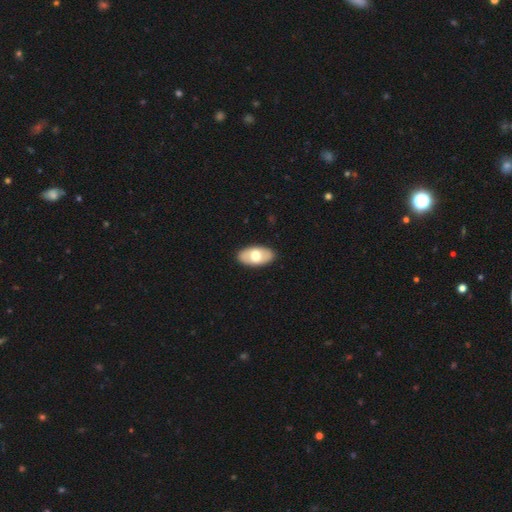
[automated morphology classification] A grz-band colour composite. It shows a smooth galaxy with no disk features (61%) that is in between round and cigar-shaped (94%). Merging: none (89%).